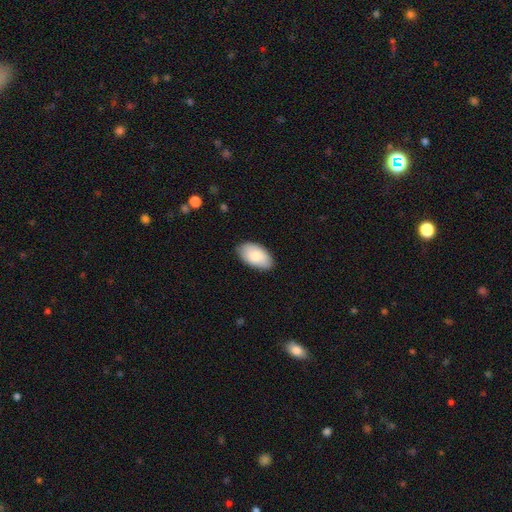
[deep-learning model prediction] Overall: smooth (84%). How rounded: in between (95%). Merging: none (84%).